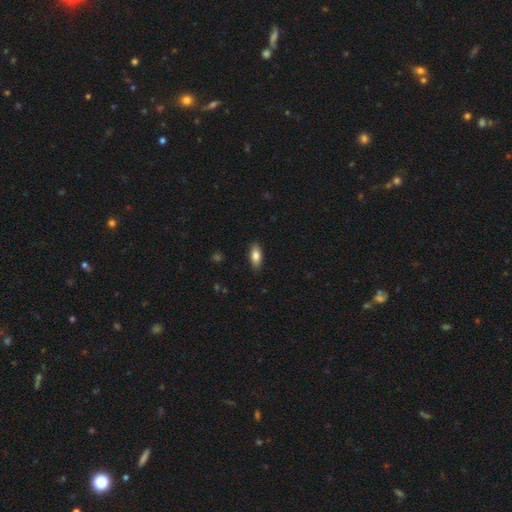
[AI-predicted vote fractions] Morphology: type=smooth (81%); roundness=in between (83%); merging=none (87%).